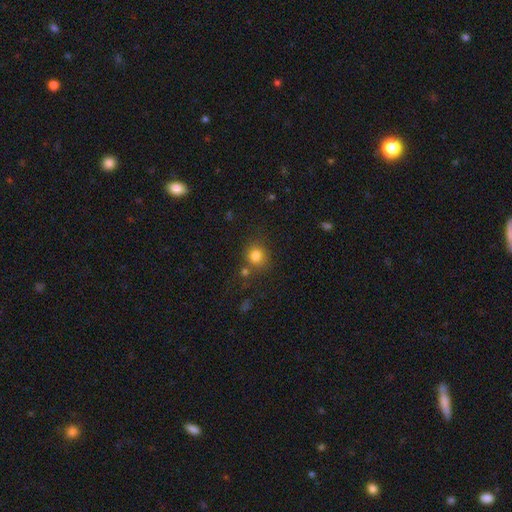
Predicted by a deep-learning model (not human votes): This is clearly a smooth galaxy (81%). How rounded: likely round (74%). Merging: likely none (67%).